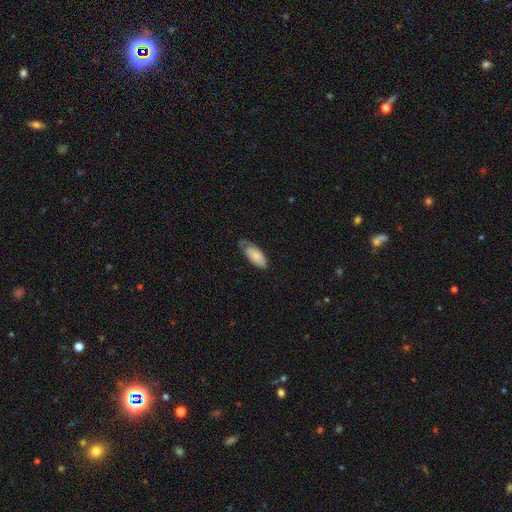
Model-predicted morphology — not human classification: A smooth galaxy with no disk features (76%) that is in between round and cigar-shaped (88%). Merging: none (44%).